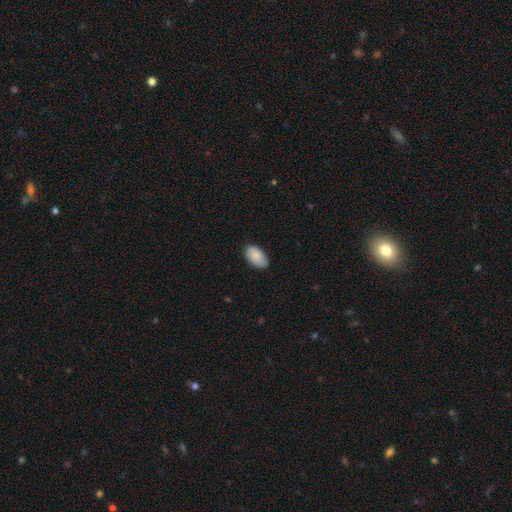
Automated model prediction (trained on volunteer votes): Smooth or featured? smooth (87%)
How rounded? in between (95%)
Merging? none (80%)